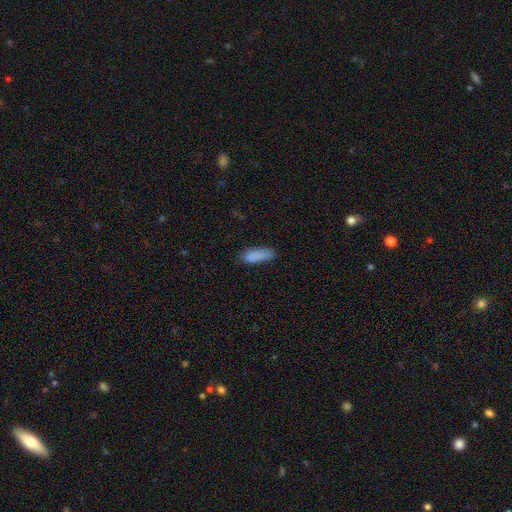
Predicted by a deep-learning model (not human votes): smooth-or-featured: smooth: 85% | star or artifact: 8% | featured or disk: 7%
  how-rounded: in between: 61% | cigar-shaped: 37% | round: 2%
  merging: none: 62% | minor disturbance: 27% | major disturbance: 8% | merger: 3%